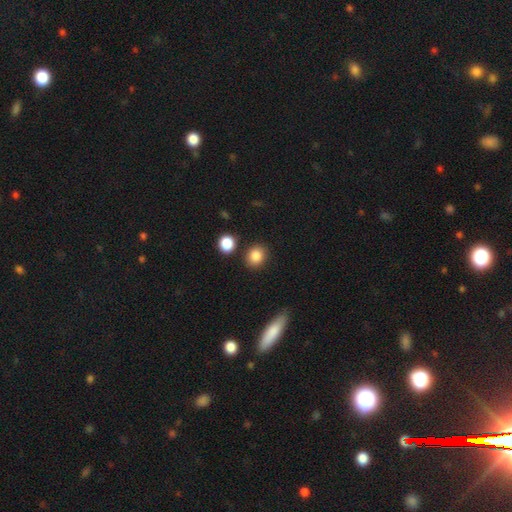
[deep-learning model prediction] This is clearly a smooth galaxy (85%). How rounded: likely round (71%). Merging: clearly none (83%).